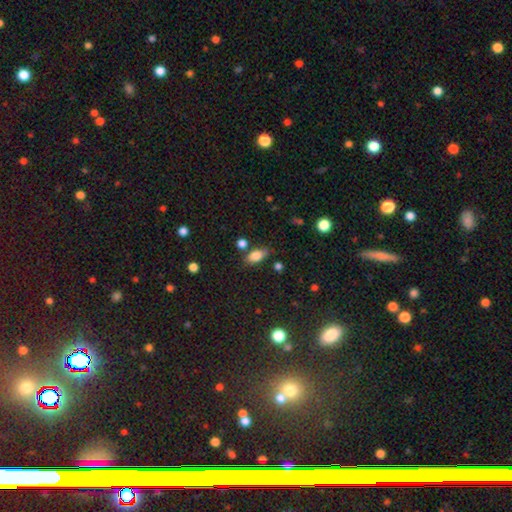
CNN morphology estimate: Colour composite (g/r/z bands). It shows a smooth galaxy with no disk features (81%) that is in between round and cigar-shaped (87%). Merging: none (71%).